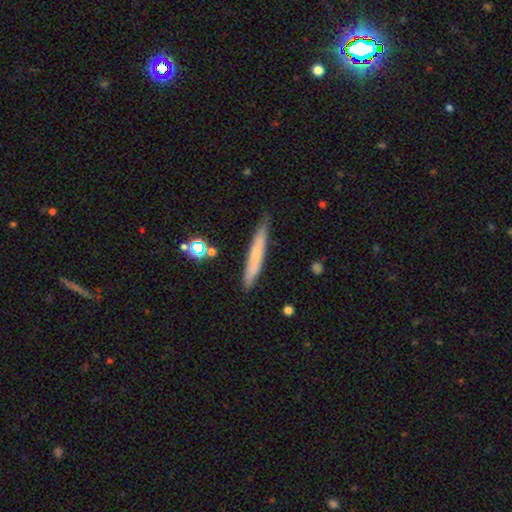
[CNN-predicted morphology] This appears to be a smooth galaxy with no disk features (61%) that is cigar-shaped (95%). Merging: none (84%).